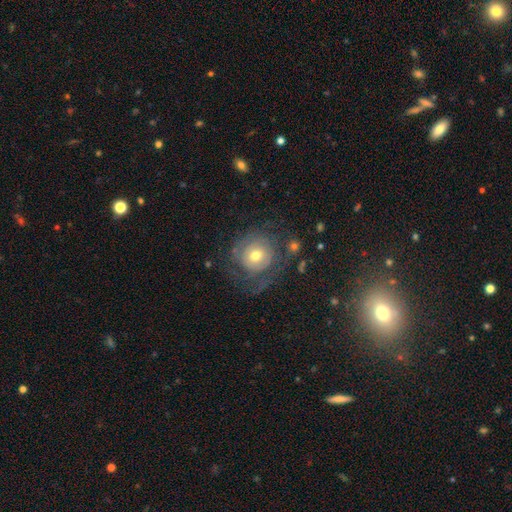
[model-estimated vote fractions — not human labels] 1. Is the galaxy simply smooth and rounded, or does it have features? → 57% featured or disk, 34% smooth, 9% star or artifact.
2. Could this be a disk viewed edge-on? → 97% no, 3% yes.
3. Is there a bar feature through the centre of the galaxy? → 77% no, 19% weak, 4% strong.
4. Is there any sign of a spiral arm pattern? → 70% yes, 30% no.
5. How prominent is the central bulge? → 65% moderate, 25% small, 7% large, 1% dominant, 1% none.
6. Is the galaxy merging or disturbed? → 57% none, 23% major disturbance, 18% minor disturbance, 2% merger.